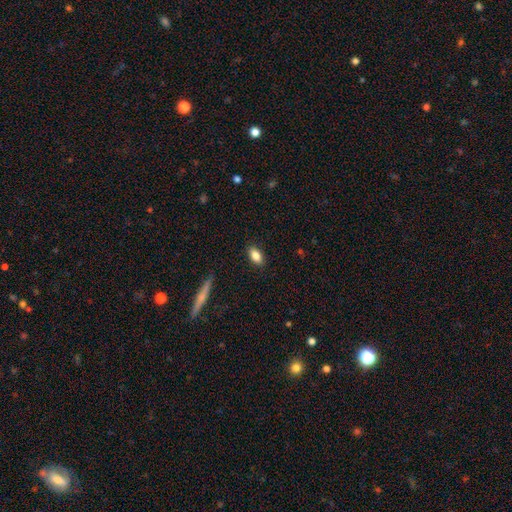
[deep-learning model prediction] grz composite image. It shows a smooth galaxy with no disk features (85%) that is in between round and cigar-shaped (88%). Merging: none (88%).